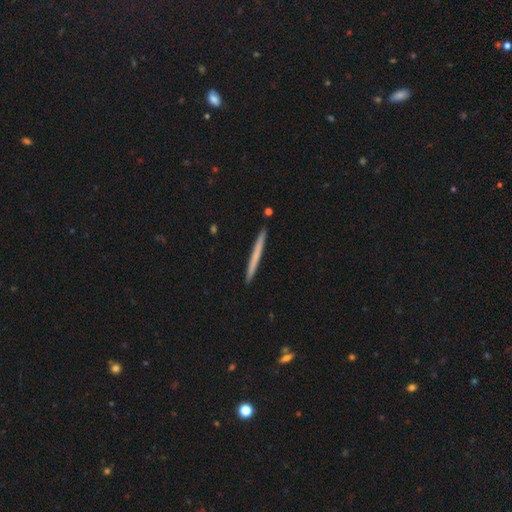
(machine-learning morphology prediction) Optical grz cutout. It shows a smooth galaxy with no disk features (58%) that is cigar-shaped (97%). Merging: none (92%).